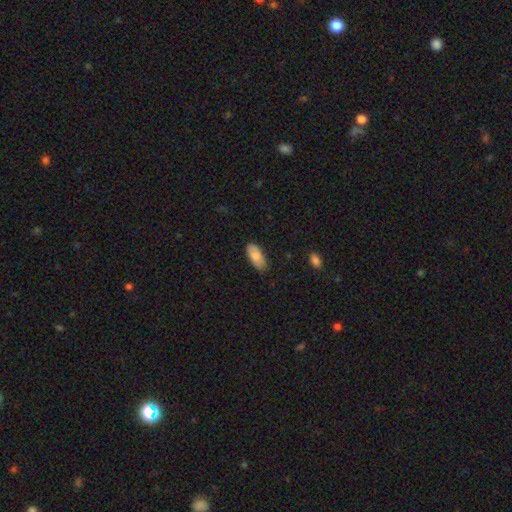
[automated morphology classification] Smooth or featured? smooth (82%)
How rounded? in between (89%)
Merging? none (84%)